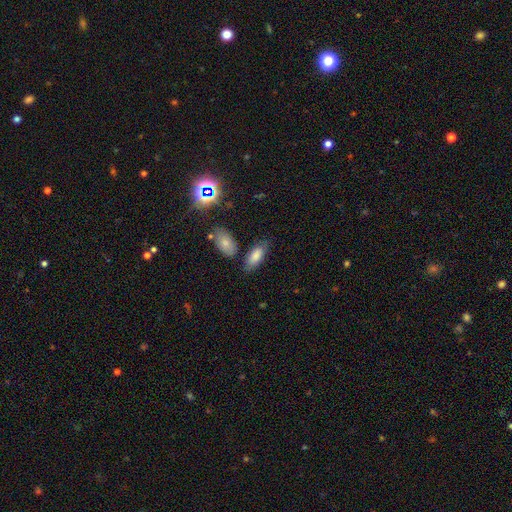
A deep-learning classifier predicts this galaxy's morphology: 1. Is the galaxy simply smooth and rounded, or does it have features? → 80% smooth, 12% featured or disk, 8% star or artifact.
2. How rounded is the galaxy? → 84% in between, 14% cigar-shaped, 2% round.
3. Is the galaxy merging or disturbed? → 69% none, 19% minor disturbance, 8% merger, 5% major disturbance.